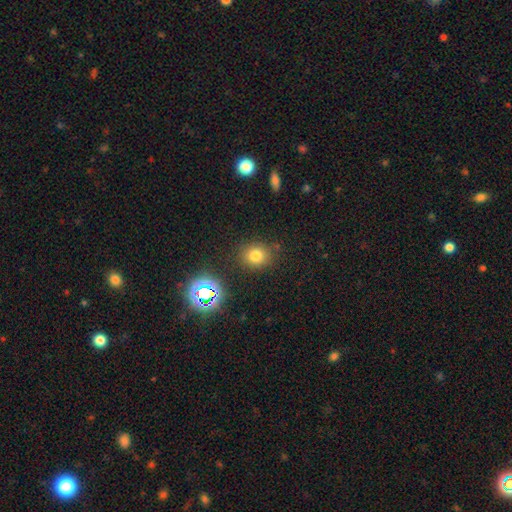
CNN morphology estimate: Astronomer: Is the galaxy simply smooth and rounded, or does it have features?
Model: smooth — 73%.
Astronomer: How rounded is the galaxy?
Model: round — 76%.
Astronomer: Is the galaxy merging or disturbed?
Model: none — 83%.